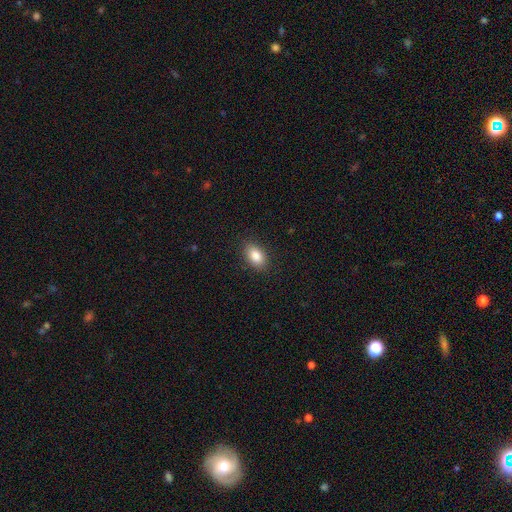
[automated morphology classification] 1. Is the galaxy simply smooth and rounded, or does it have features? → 86% smooth, 8% star or artifact, 6% featured or disk.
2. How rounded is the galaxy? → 89% in between, 9% round, 2% cigar-shaped.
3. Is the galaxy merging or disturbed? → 88% none, 9% minor disturbance, 2% major disturbance, 1% merger.